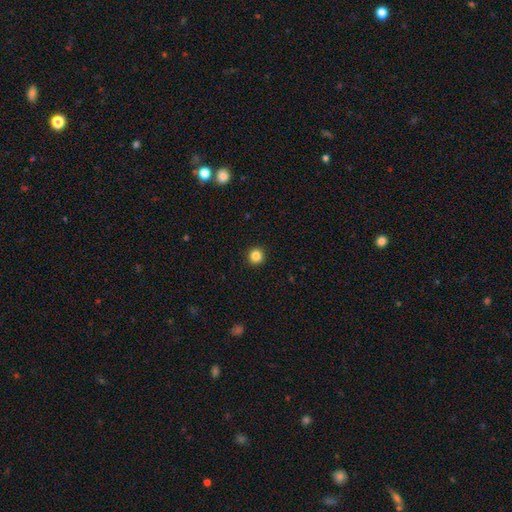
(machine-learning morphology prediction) This appears to be a smooth galaxy with no disk features (85%) that is round (95%). Merging: none (93%).